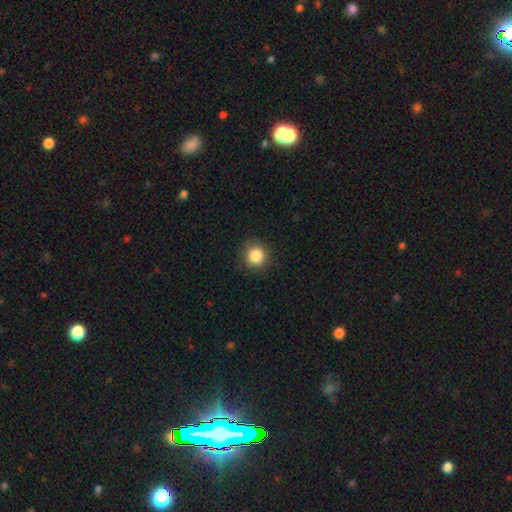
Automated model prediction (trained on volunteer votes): Smooth or featured? Predicted: smooth (p=0.85). How rounded? Predicted: round (p=0.93). Merging? Predicted: none (p=0.89).